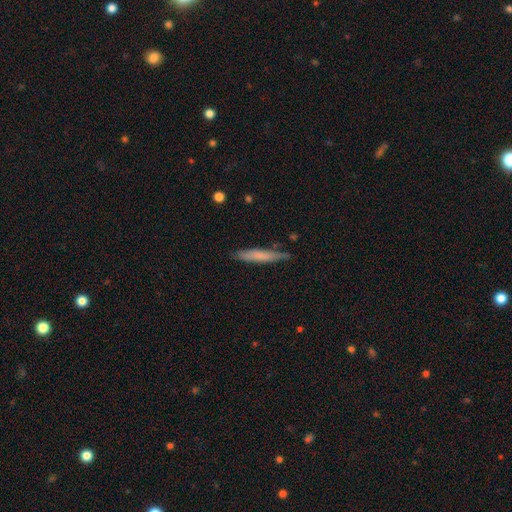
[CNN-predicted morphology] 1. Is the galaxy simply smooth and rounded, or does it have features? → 62% smooth, 31% featured or disk, 7% star or artifact.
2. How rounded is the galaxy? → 93% cigar-shaped, 6% in between, 1% round.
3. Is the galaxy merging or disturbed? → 82% none, 14% minor disturbance, 3% major disturbance, 2% merger.